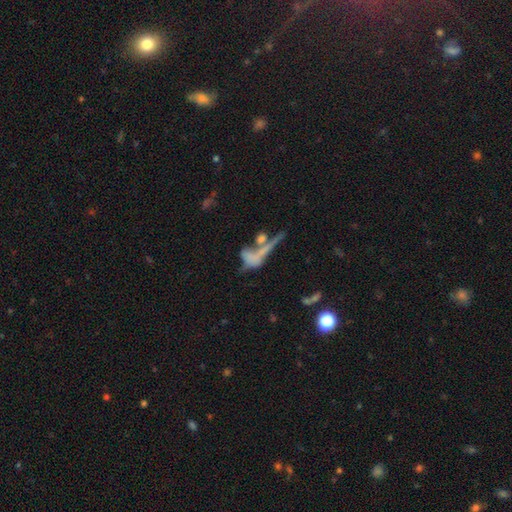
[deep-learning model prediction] Smooth or featured? Predicted: smooth (p=0.47). Merging? Predicted: merger (p=0.42).